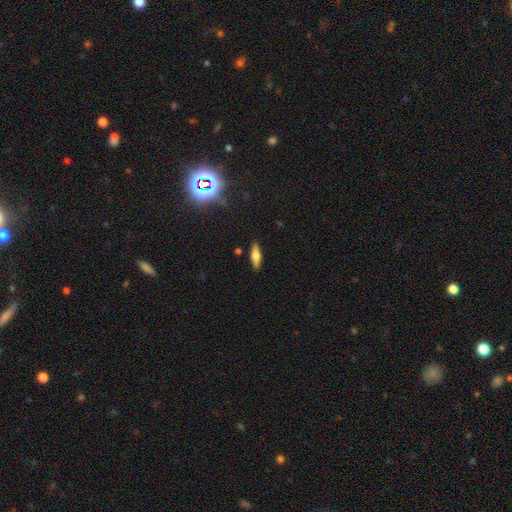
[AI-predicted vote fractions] Smooth or featured: smooth — 56% (featured or disk — 34%)
How rounded: cigar-shaped — 53% (in between — 45%)
Merging: none — 88% (minor disturbance — 9%)